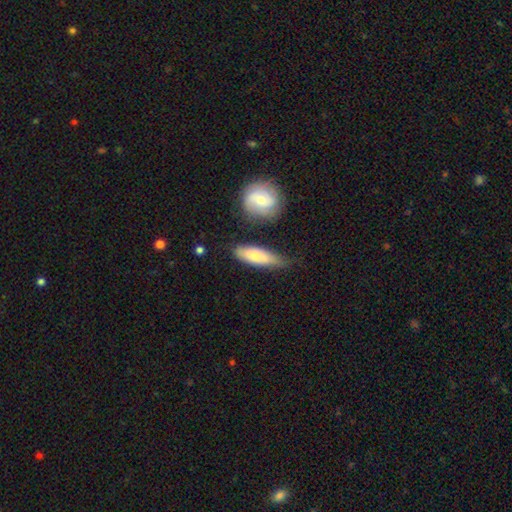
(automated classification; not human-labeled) smooth-or-featured: smooth: 71% | featured or disk: 23% | star or artifact: 6%
  how-rounded: in between: 56% | cigar-shaped: 41% | round: 3%
  merging: none: 62% | minor disturbance: 24% | merger: 8% | major disturbance: 6%